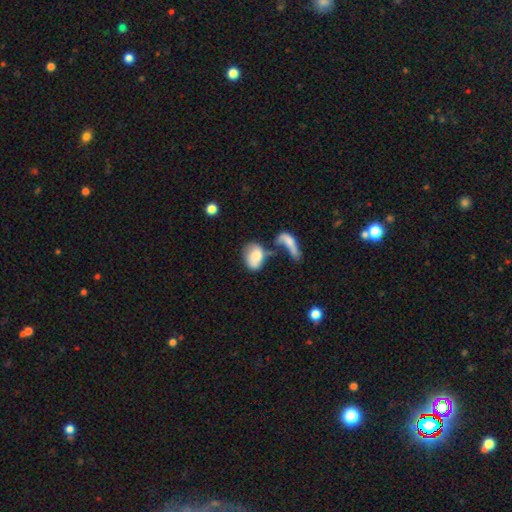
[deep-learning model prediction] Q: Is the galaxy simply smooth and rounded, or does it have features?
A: smooth — 72%.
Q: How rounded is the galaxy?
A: in between — 81%.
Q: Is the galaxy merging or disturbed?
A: merger — 41%.